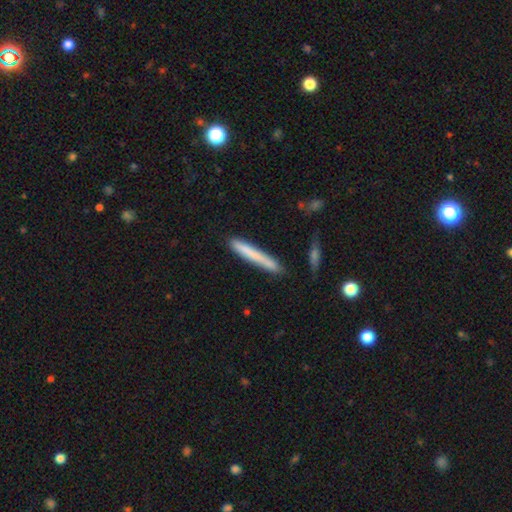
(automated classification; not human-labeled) Smooth or featured: smooth — 71% (featured or disk — 22%)
How rounded: cigar-shaped — 96% (in between — 2%)
Merging: none — 83% (minor disturbance — 13%)